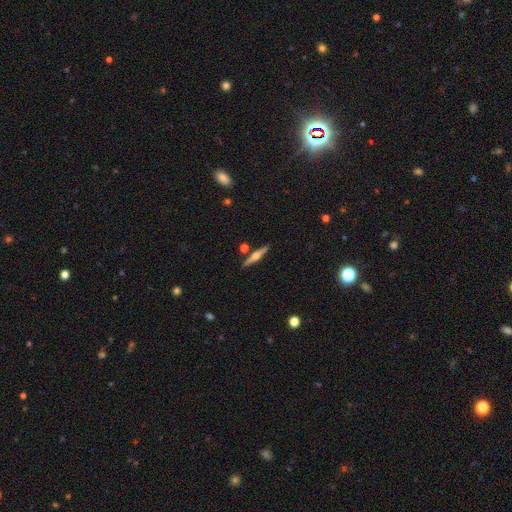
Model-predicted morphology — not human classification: The model was most divided on "smooth or featured": featured or disk: 64%, smooth: 29%, star or artifact: 7%. More confident: edge-on disk — yes (97%); edge-on bulge — rounded (89%); merging — none (86%).